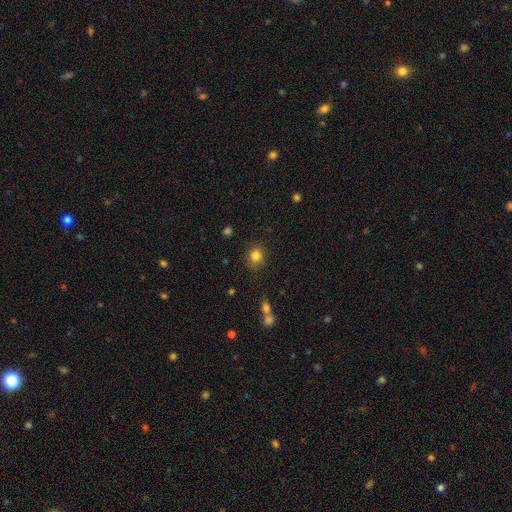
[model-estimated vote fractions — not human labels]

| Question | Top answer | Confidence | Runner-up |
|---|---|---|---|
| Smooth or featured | smooth | 82% | star or artifact (12%) |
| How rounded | round | 76% | in between (23%) |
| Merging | none | 82% | minor disturbance (12%) |